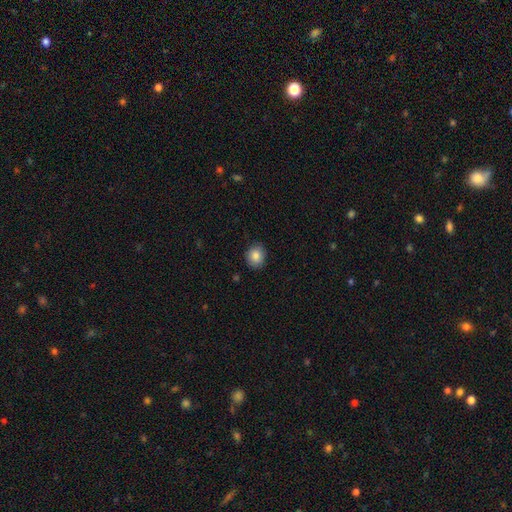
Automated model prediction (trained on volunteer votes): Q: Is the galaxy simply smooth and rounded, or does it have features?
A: smooth — 85%.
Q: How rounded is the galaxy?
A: round — 70%.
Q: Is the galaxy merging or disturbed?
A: none — 87%.